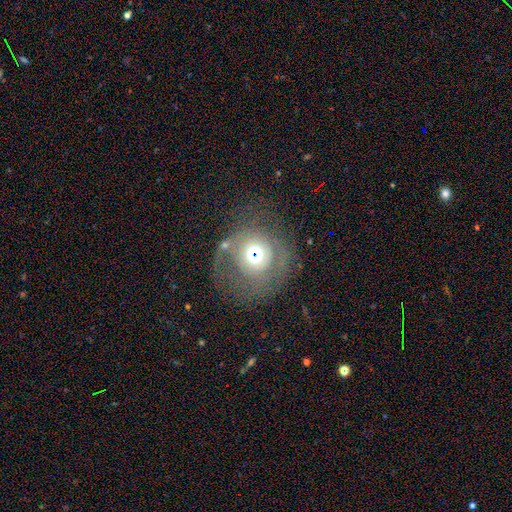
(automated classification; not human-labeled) Smooth or featured: featured or disk — 48% (smooth — 36%)
Merging: none — 58% (major disturbance — 20%)